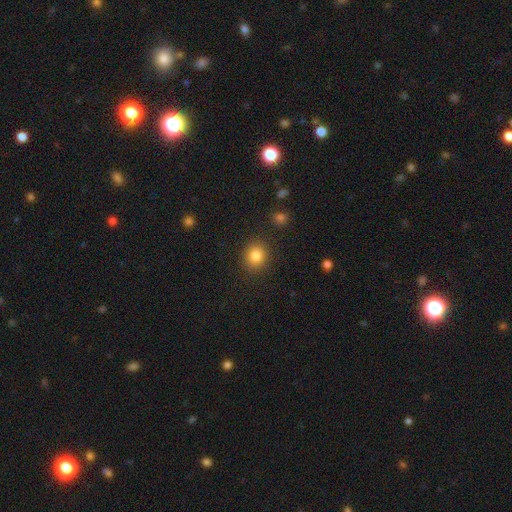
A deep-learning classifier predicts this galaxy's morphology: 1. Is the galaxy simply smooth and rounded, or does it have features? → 84% smooth, 11% star or artifact, 6% featured or disk.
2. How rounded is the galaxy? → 77% round, 22% in between, 1% cigar-shaped.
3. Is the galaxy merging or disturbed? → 87% none, 8% minor disturbance, 3% major disturbance, 2% merger.